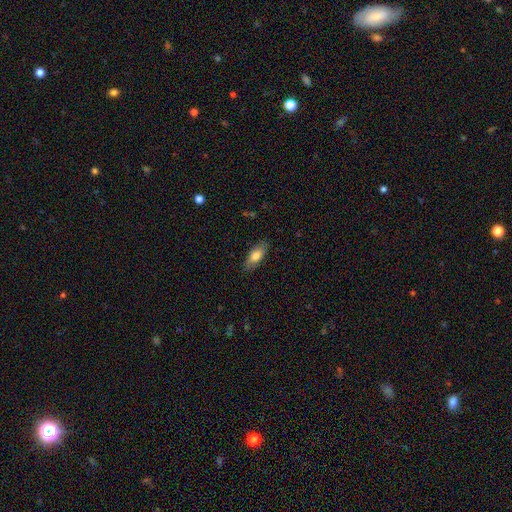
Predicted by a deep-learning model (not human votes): Smooth or featured: smooth — 74% (featured or disk — 19%)
How rounded: in between — 81% (cigar-shaped — 17%)
Merging: none — 85% (minor disturbance — 12%)